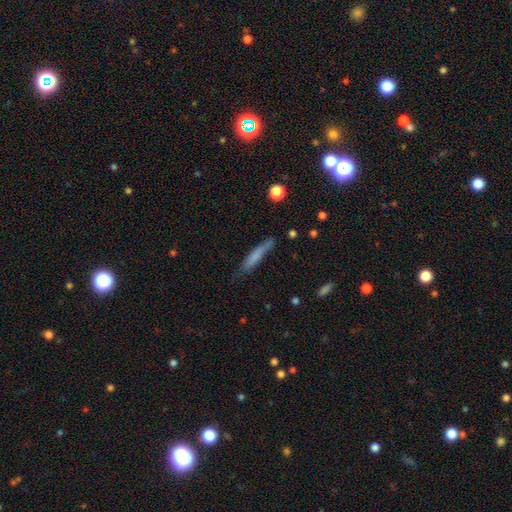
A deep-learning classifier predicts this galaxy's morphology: Smooth or featured: smooth — 69% (featured or disk — 24%)
How rounded: cigar-shaped — 92% (in between — 7%)
Merging: none — 68% (minor disturbance — 23%)